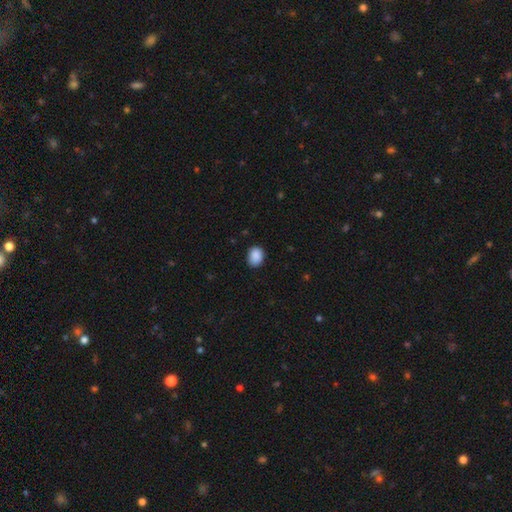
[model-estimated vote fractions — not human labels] smooth-or-featured: smooth: 89% | star or artifact: 8% | featured or disk: 3%
  how-rounded: in between: 59% | round: 40% | cigar-shaped: 1%
  merging: none: 86% | minor disturbance: 11% | major disturbance: 2% | merger: 1%